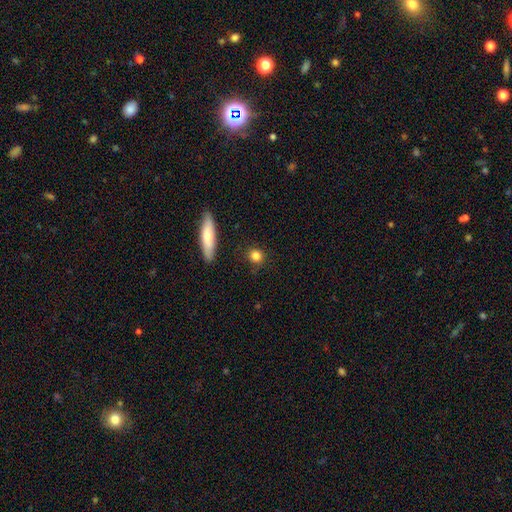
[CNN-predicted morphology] smooth_or_featured: smooth (p=0.84) [alt: star or artifact p=0.09]
how_rounded: round (p=0.77) [alt: in between p=0.17]
merging: none (p=0.86) [alt: minor disturbance p=0.09]